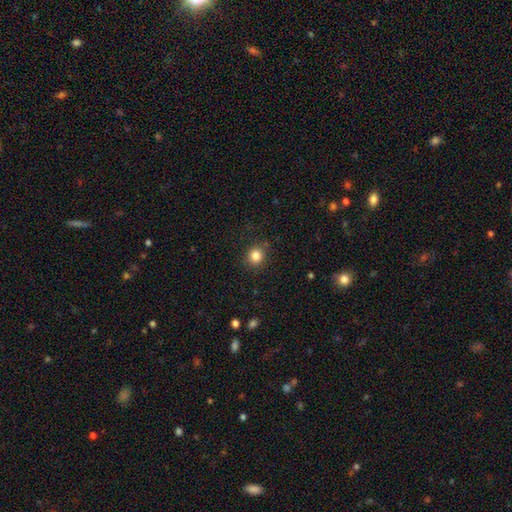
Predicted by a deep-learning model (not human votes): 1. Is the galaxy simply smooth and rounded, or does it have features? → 84% smooth, 11% star or artifact, 5% featured or disk.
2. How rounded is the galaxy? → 87% round, 12% in between, 1% cigar-shaped.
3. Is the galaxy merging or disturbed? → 85% none, 10% minor disturbance, 3% major disturbance, 2% merger.